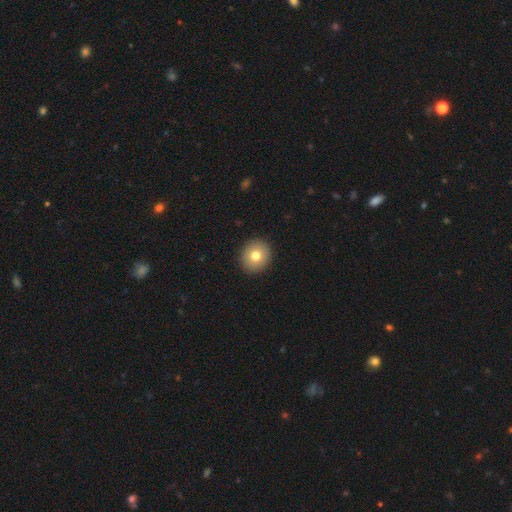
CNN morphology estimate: smooth 78%, featured or disk 13%, star or artifact 9%. Down the decision tree: how rounded — round (84%); merging — none (92%).